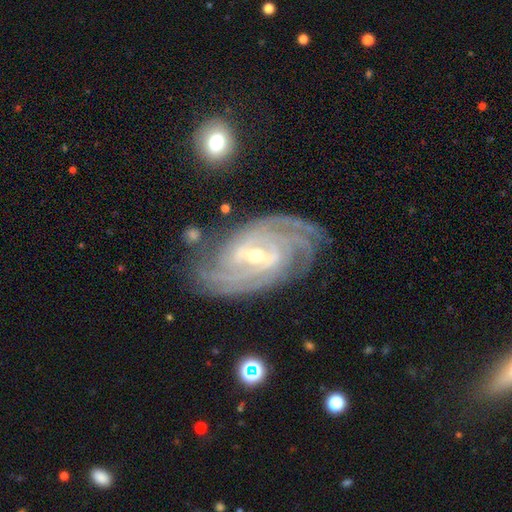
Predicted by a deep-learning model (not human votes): featured or disk 92%, star or artifact 5%, smooth 3%. Down the decision tree: edge-on disk — no (96%); bar — strong (45%); spiral arms — yes (98%); spiral arm count — 4 (33%); spiral winding — tight (73%); bulge size — small (54%); merging — none (78%).